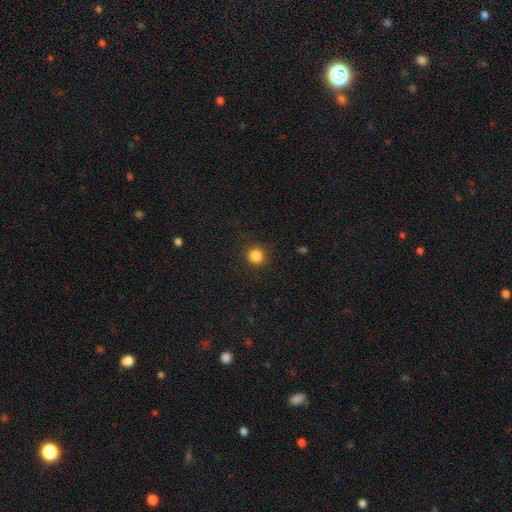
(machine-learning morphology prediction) This appears to be a smooth galaxy with no disk features (85%) that is round (92%). Merging: none (90%).